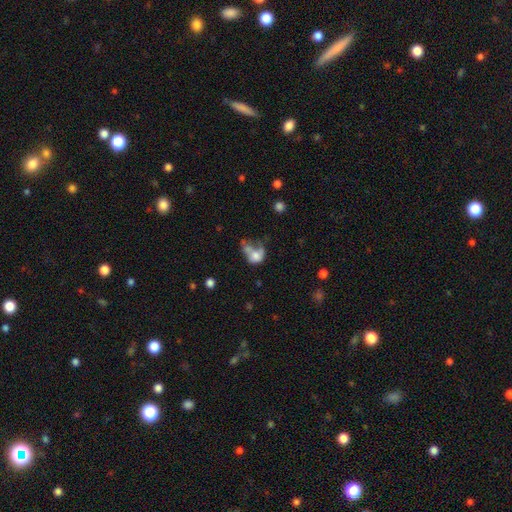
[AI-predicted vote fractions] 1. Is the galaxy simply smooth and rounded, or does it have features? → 64% smooth, 25% featured or disk, 11% star or artifact.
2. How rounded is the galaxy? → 57% in between, 41% round, 2% cigar-shaped.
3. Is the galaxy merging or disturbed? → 44% merger, 25% major disturbance, 17% none, 14% minor disturbance.